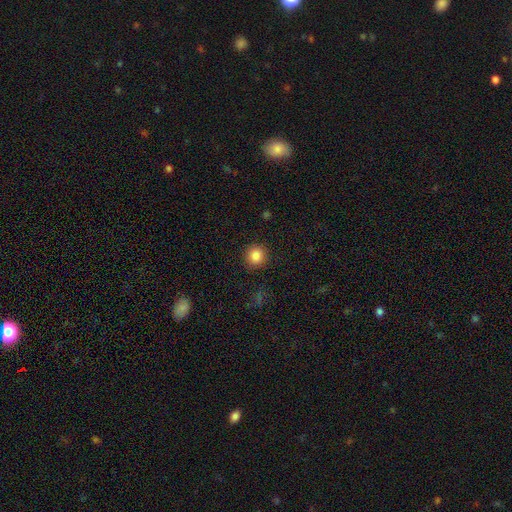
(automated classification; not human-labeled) Morphology: type=smooth (86%); roundness=round (91%); merging=none (90%).